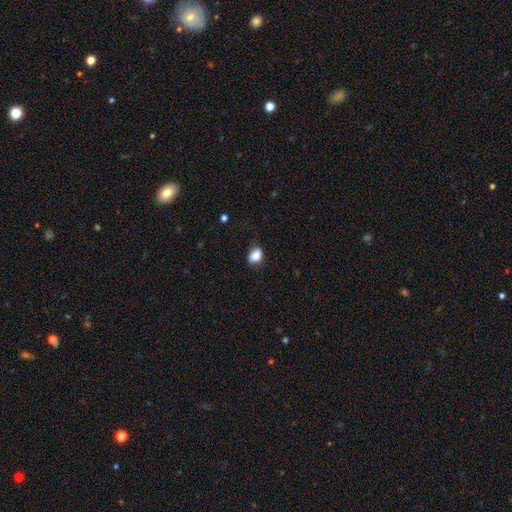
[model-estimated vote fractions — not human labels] The model was most divided on "how rounded": in between: 73%, round: 26%, cigar-shaped: 1%. More confident: smooth or featured — smooth (86%); merging — none (75%).